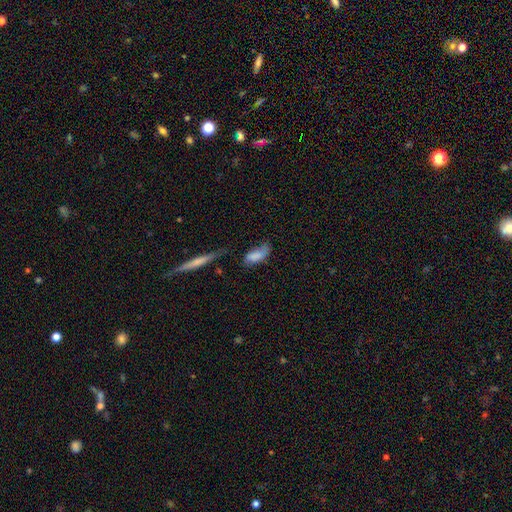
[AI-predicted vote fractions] smooth-or-featured: smooth: 72% | featured or disk: 20% | star or artifact: 8%
  how-rounded: in between: 80% | cigar-shaped: 17% | round: 3%
  merging: none: 38% | minor disturbance: 34% | major disturbance: 20% | merger: 8%